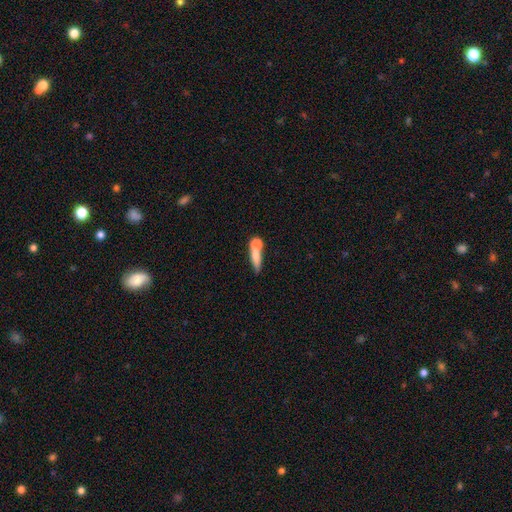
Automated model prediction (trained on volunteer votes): Q: Smooth or featured?
A: smooth (68%); runner-up: featured or disk (23%)
Q: How rounded?
A: cigar-shaped (52%); runner-up: in between (30%)
Q: Merging?
A: none (40%); tied with: merger (40%)